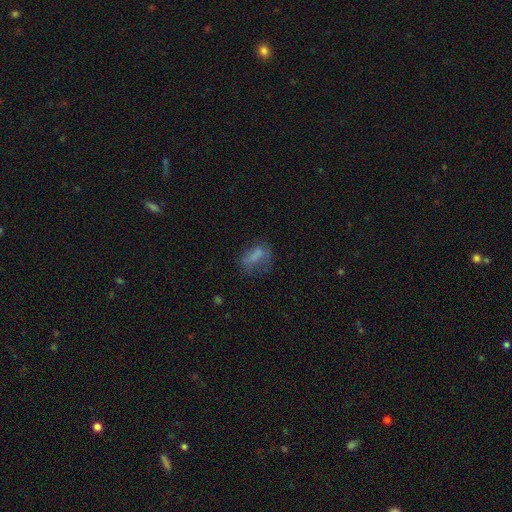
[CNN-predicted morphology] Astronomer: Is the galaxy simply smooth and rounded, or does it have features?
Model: smooth — 62%.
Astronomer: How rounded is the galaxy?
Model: in between — 76%.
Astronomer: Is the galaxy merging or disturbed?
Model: none — 45% (runner-up: major disturbance, 25%).